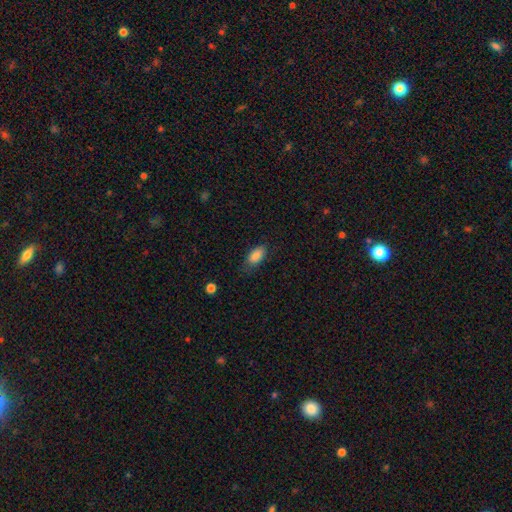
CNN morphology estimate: type=smooth (86%); roundness=in between (90%); merging=none (72%).